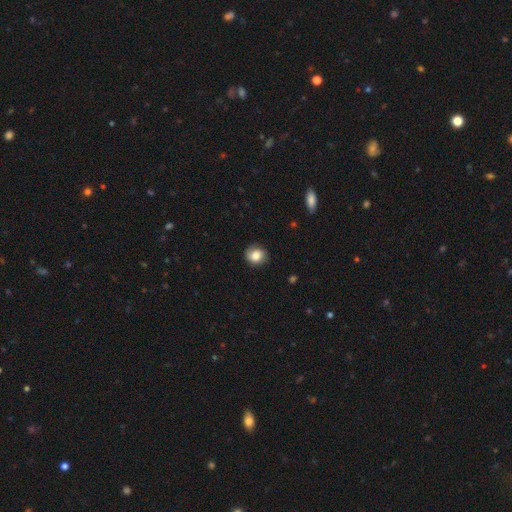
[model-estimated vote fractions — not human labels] This appears to be a smooth galaxy with no disk features (80%) that is round (77%). Merging: none (79%).